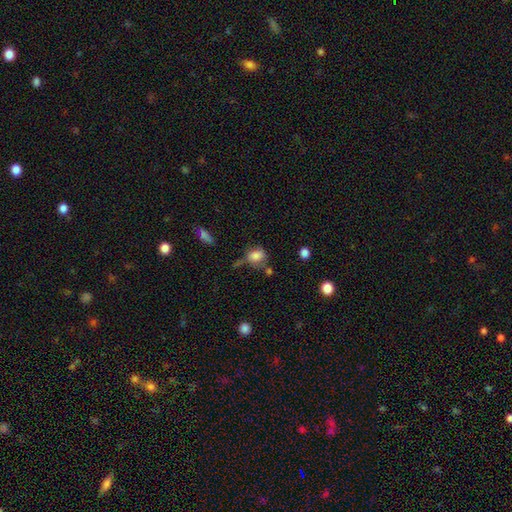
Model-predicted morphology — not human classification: Smooth or featured? Predicted: smooth (p=0.78). How rounded? Predicted: in between (p=0.51). Merging? Predicted: none (p=0.43).